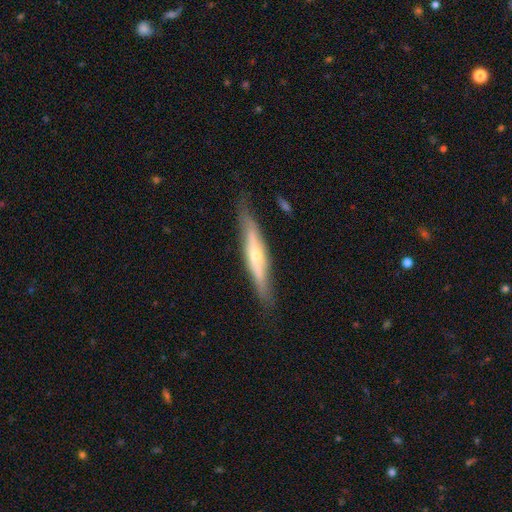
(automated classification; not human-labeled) Q: Smooth or featured?
A: featured or disk (64%); runner-up: smooth (30%)
Q: Edge-on disk?
A: yes (88%); runner-up: no (12%)
Q: Edge-on bulge?
A: rounded (80%); runner-up: none (14%)
Q: Merging?
A: none (81%); runner-up: minor disturbance (14%)